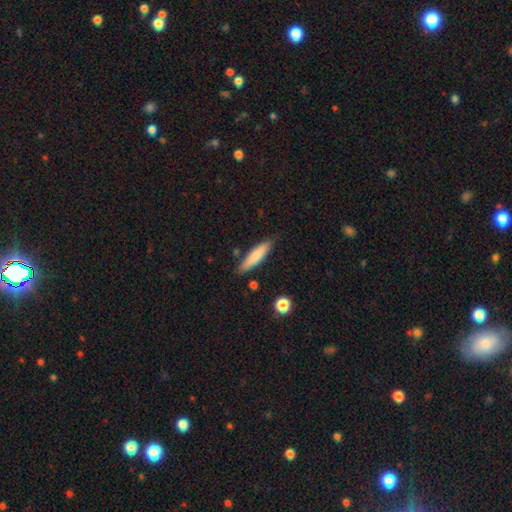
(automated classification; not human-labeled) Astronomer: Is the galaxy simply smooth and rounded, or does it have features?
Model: smooth — 75%.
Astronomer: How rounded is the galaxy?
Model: cigar-shaped — 78%.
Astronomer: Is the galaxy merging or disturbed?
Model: none — 82%.